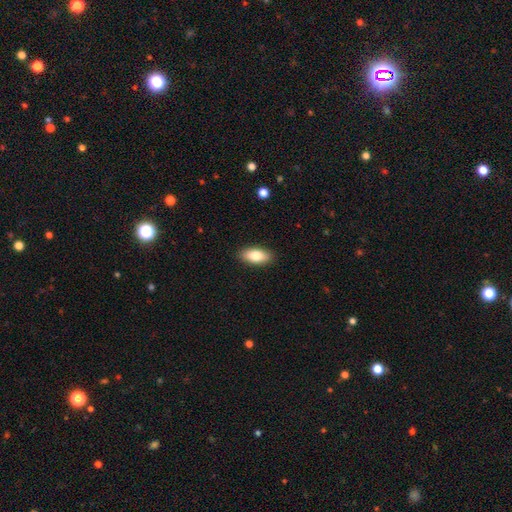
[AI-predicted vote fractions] Smooth or featured? Predicted: smooth (p=0.80). How rounded? Predicted: in between (p=0.88). Merging? Predicted: none (p=0.90).